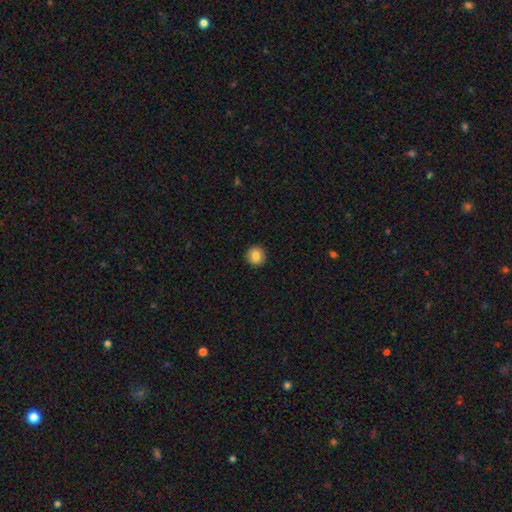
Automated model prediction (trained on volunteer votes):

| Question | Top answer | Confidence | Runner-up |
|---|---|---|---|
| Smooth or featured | smooth | 84% | star or artifact (9%) |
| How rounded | round | 94% | in between (5%) |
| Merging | none | 93% | minor disturbance (5%) |